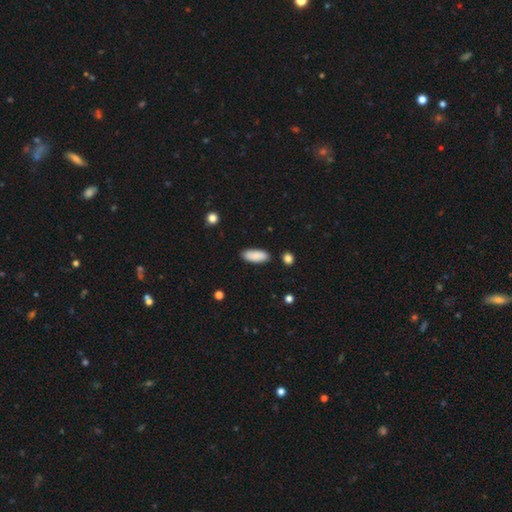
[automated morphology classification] smooth_or_featured: smooth (p=0.88) [alt: star or artifact p=0.06]
how_rounded: in between (p=0.78) [alt: cigar-shaped p=0.20]
merging: none (p=0.85) [alt: minor disturbance p=0.10]